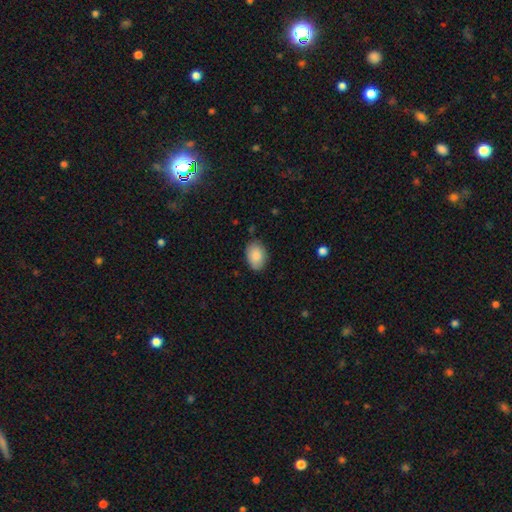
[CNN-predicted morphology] A smooth galaxy with no disk features (88%) that is in between round and cigar-shaped (83%).

Vote fractions:
- Smooth or featured? smooth: 88% / star or artifact: 6% / featured or disk: 6%
- How rounded? in between: 83% / round: 16% / cigar-shaped: 1%
- Merging? none: 82% / minor disturbance: 14% / major disturbance: 3% / merger: 1%